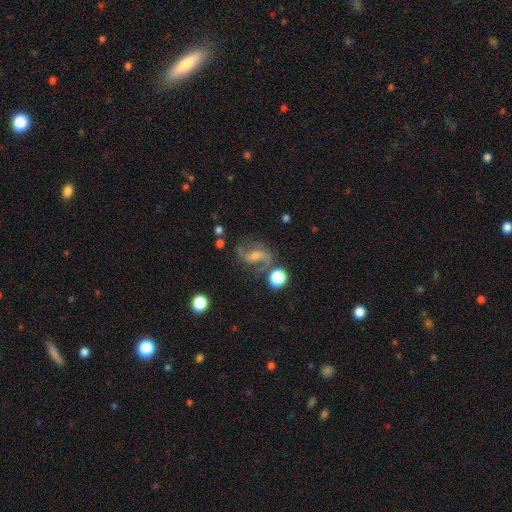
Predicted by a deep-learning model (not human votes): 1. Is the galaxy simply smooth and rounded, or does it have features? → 81% featured or disk, 10% star or artifact, 9% smooth.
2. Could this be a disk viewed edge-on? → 97% no, 3% yes.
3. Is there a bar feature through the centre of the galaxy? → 41% weak, 30% no, 28% strong.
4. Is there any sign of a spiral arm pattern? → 95% yes, 5% no.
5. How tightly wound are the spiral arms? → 57% loose, 35% medium, 8% tight.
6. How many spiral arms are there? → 91% 2, 3% 1, 3% can't tell, 1% 3, 1% 4, 1% more than 4.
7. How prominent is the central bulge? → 49% small, 38% moderate, 7% none, 4% large, 1% dominant.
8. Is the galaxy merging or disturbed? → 66% none, 16% minor disturbance, 11% major disturbance, 7% merger.